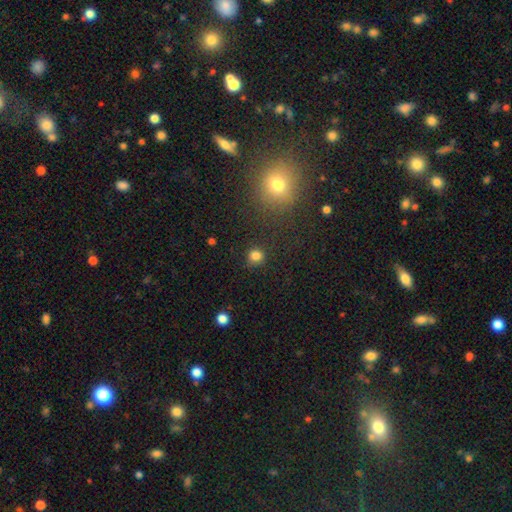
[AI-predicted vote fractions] Smooth or featured? Predicted: smooth (p=0.82). How rounded? Predicted: round (p=0.88). Merging? Predicted: none (p=0.86).